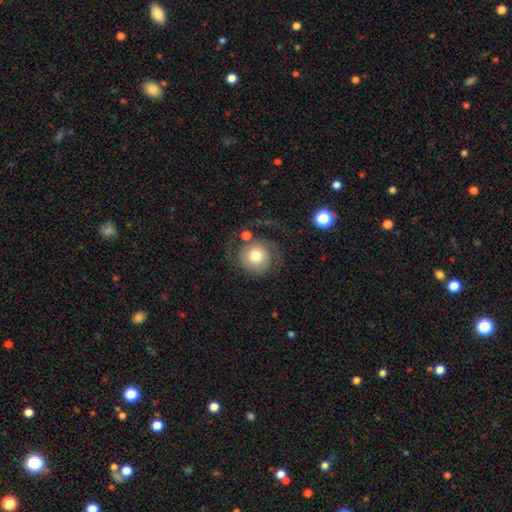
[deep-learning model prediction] This is possibly a smooth galaxy (50%). Merging: possibly none (55%).